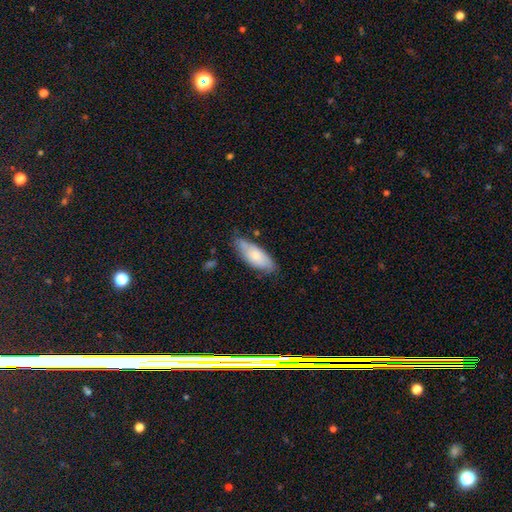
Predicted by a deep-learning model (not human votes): Smooth or featured?
  - smooth: 63% *
  - featured or disk: 30%
  - star or artifact: 6%
How rounded?
  - in between: 77% *
  - cigar-shaped: 21%
  - round: 2%
Merging?
  - none: 66% *
  - minor disturbance: 26%
  - major disturbance: 5%
  - merger: 3%